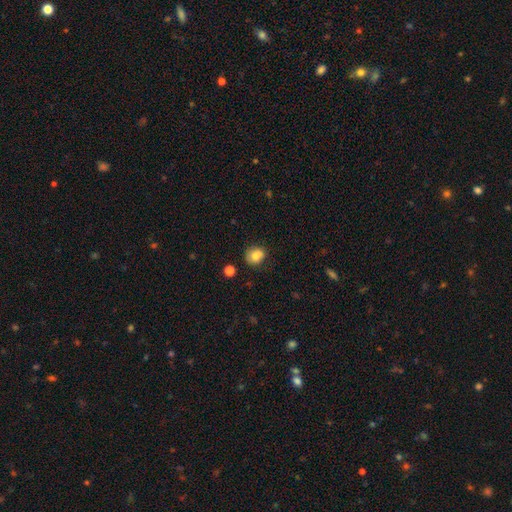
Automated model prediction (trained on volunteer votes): Morphology: type=smooth (76%); roundness=round (71%); merging=none (61%).